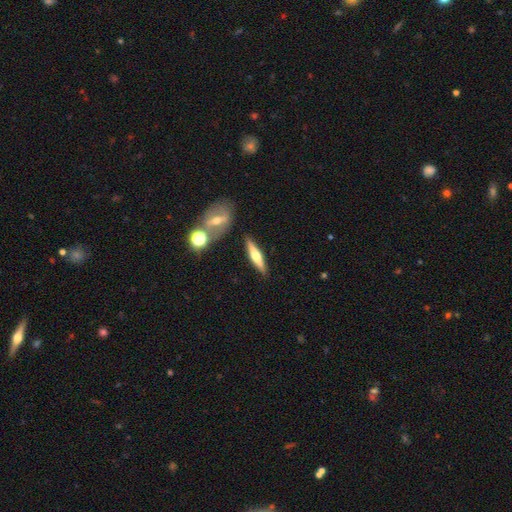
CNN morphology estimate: smooth-or-featured: featured or disk: 54% | smooth: 39% | star or artifact: 7%
  disk-edge-on: yes: 93% | no: 7%
    edge-on-bulge: rounded: 87% | none: 7% | boxy: 6%
  merging: none: 85% | minor disturbance: 8% | merger: 4% | major disturbance: 2%